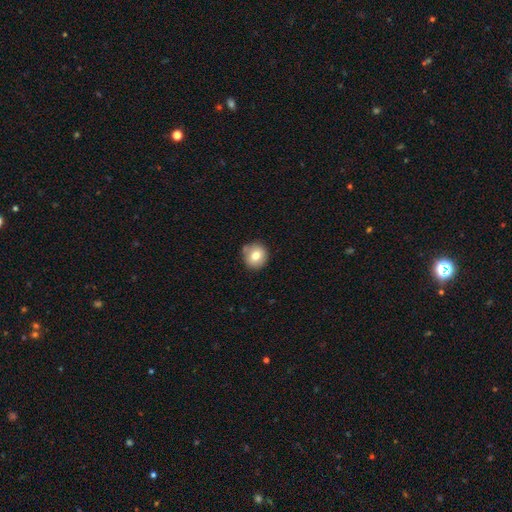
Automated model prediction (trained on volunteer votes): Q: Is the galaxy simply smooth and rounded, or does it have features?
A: smooth — 77%.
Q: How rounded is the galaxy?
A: round — 90%.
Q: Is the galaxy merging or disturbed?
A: none — 78%.